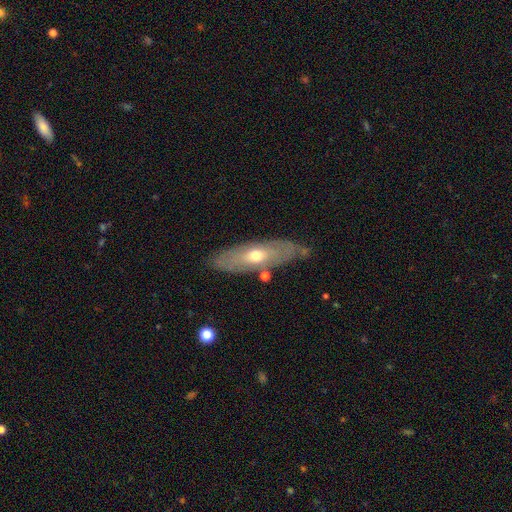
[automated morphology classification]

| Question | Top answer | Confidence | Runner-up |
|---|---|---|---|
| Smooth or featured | featured or disk | 51% | smooth (43%) |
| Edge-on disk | no | 63% | yes (37%) |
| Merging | none | 74% | minor disturbance (17%) |